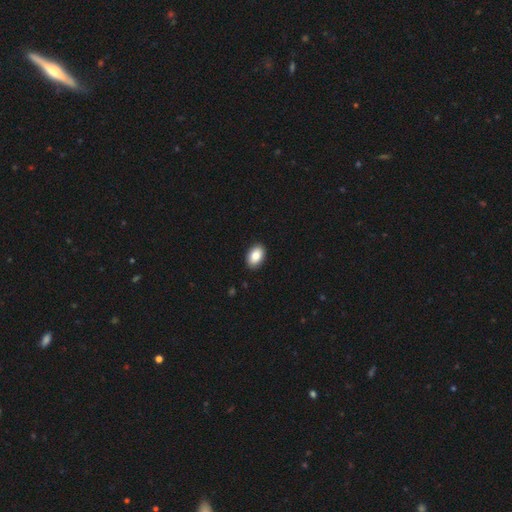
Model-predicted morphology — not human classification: A smooth galaxy with no disk features (84%) that is in between round and cigar-shaped (89%). Merging: none (91%).